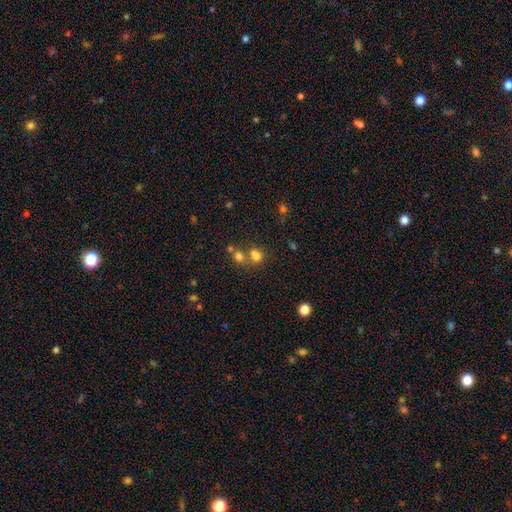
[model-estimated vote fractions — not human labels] smooth 73%, star or artifact 18%, featured or disk 9%. Down the decision tree: how rounded — round (56%); merging — merger (45%).